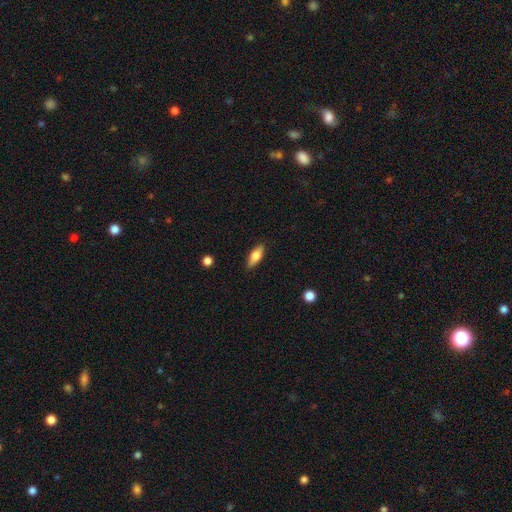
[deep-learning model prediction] The model was most divided on "smooth or featured": smooth: 69%, featured or disk: 24%, star or artifact: 7%. More confident: merging — none (86%); how rounded — in between (72%).